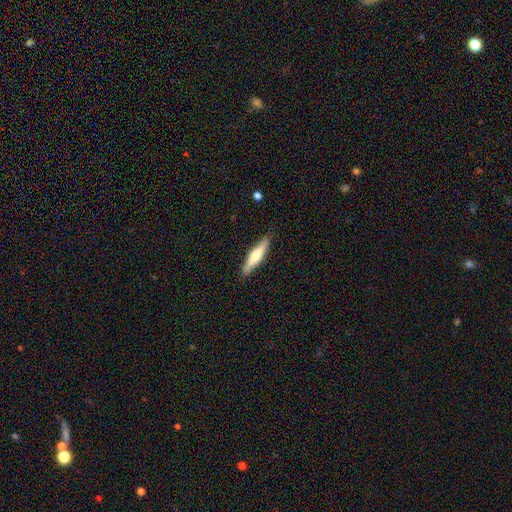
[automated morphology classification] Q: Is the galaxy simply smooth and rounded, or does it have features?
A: smooth — 52%.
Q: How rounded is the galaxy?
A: cigar-shaped — 83%.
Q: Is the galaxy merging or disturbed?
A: none — 87%.